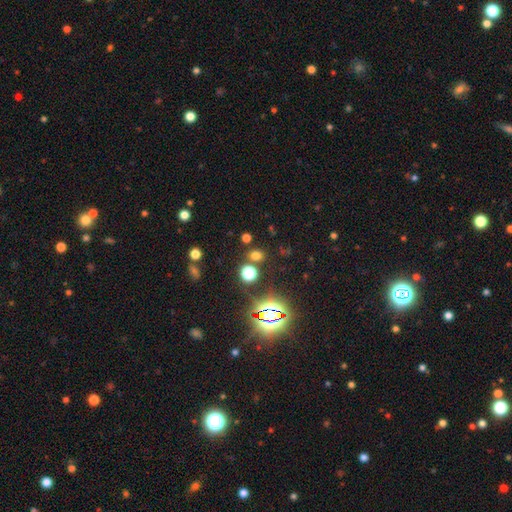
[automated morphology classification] A smooth galaxy with no disk features (58%) that is round (64%). Merging: none (80%).